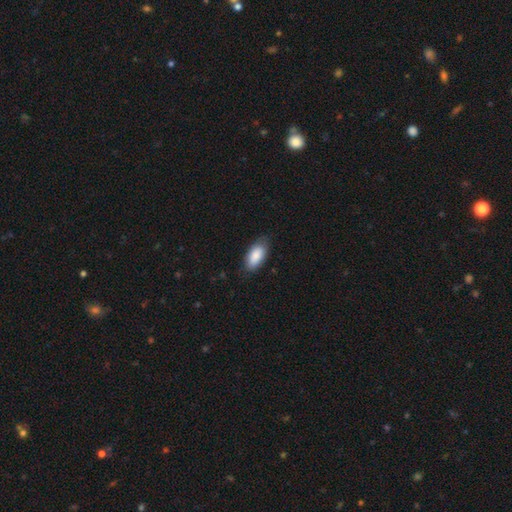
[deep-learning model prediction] Overall: smooth (86%). How rounded: in between (91%). Merging: none (75%).